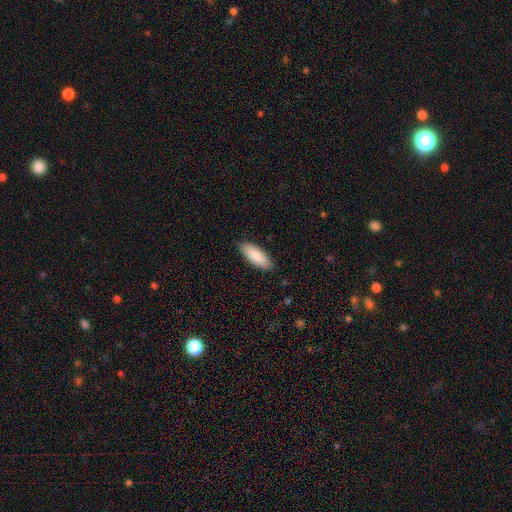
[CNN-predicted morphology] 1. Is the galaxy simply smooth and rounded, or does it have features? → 89% smooth, 6% featured or disk, 5% star or artifact.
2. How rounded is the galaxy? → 75% in between, 24% cigar-shaped, 1% round.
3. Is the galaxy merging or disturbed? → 87% none, 10% minor disturbance, 2% major disturbance, 1% merger.